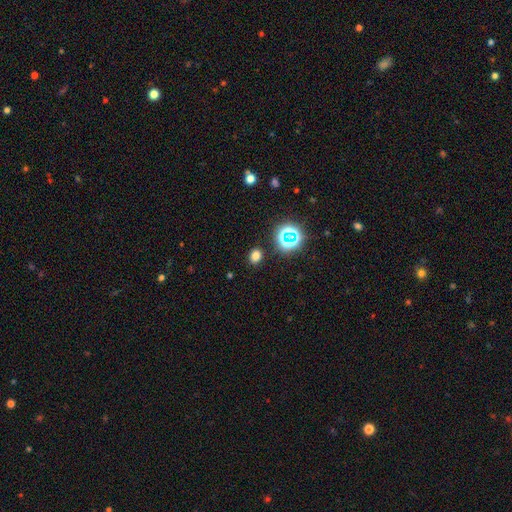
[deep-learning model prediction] Smooth or featured? smooth (71%)
How rounded? round (50%)
Merging? none (88%)